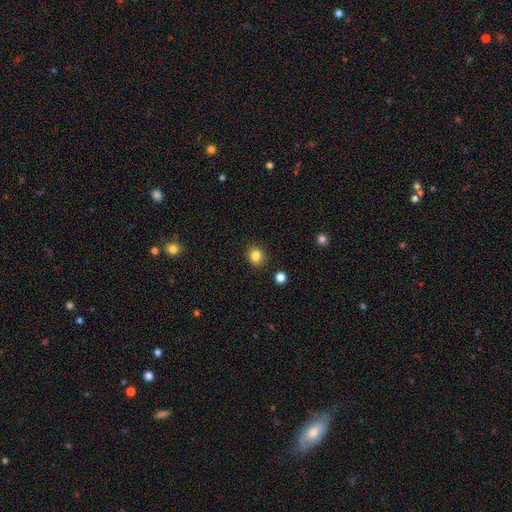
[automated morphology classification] This is clearly a smooth galaxy (83%). How rounded: clearly round (81%). Merging: clearly none (89%).